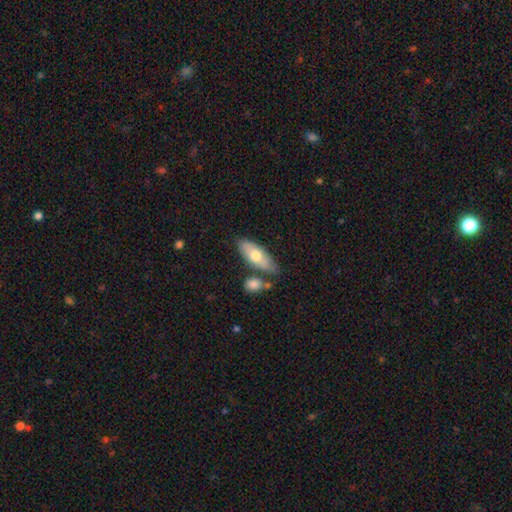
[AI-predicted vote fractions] smooth_or_featured: smooth (p=0.65) [alt: featured or disk p=0.30]
how_rounded: in between (p=0.73) [alt: cigar-shaped p=0.24]
merging: none (p=0.68) [alt: minor disturbance p=0.15]